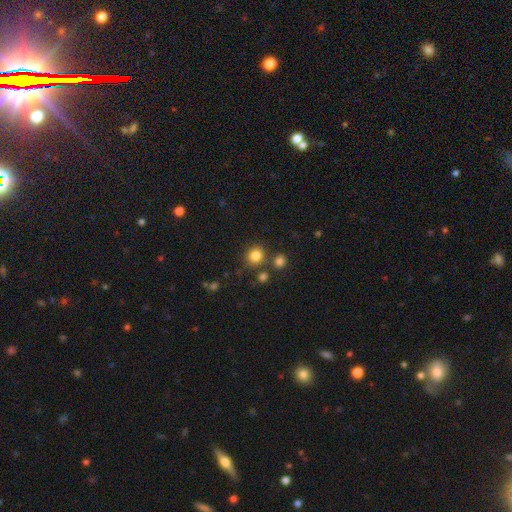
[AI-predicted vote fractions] Q: Smooth or featured?
A: smooth (82%); runner-up: star or artifact (13%)
Q: How rounded?
A: round (80%); runner-up: in between (19%)
Q: Merging?
A: none (77%); runner-up: merger (11%)